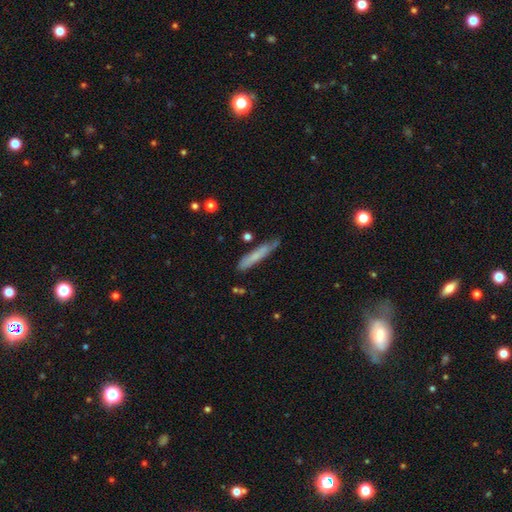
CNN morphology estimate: This is likely a smooth galaxy (62%). How rounded: clearly cigar-shaped (93%). Merging: likely none (71%).